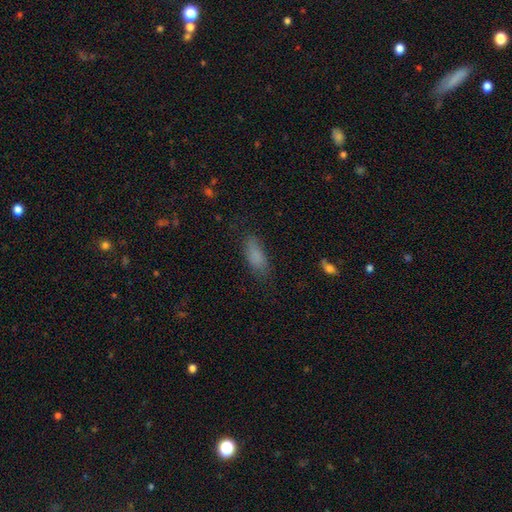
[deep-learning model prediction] smooth-or-featured: smooth: 83% | star or artifact: 9% | featured or disk: 8%
  how-rounded: in between: 76% | cigar-shaped: 22% | round: 2%
  merging: none: 74% | minor disturbance: 18% | major disturbance: 6% | merger: 2%